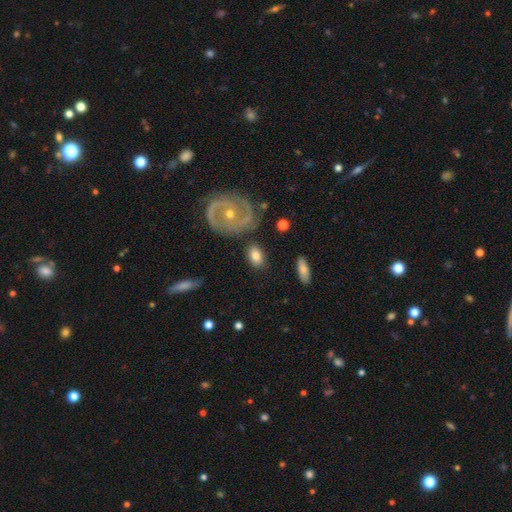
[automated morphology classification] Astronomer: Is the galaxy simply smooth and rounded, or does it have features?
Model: smooth — 72%.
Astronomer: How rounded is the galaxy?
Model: in between — 87%.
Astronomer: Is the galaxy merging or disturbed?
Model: none — 79%.